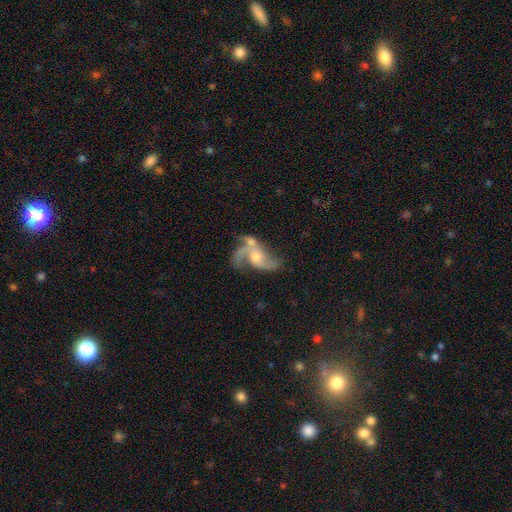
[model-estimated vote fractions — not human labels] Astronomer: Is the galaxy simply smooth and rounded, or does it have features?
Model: featured or disk — 81%.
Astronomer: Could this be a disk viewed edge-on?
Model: no — 97%.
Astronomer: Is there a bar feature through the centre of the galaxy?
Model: no — 61%.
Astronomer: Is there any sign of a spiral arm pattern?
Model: yes — 92%.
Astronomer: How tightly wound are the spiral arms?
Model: loose — 64%.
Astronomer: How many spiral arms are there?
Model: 2 — 74%.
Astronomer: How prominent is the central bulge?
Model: moderate — 55%.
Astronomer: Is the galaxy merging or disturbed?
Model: none — 34% (runner-up: merger, 30%).